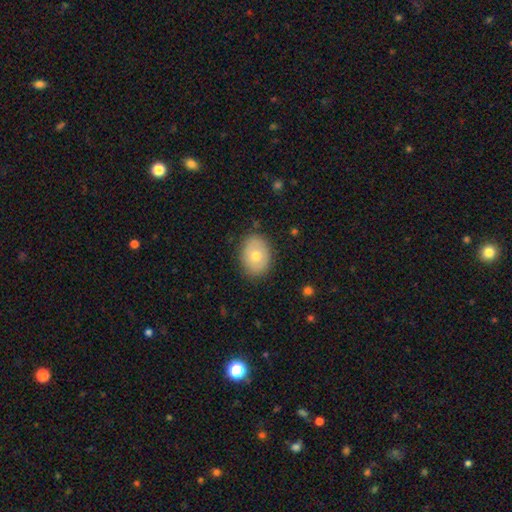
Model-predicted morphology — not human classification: This is likely a smooth galaxy (70%). How rounded: likely in between (68%). Merging: clearly none (85%).